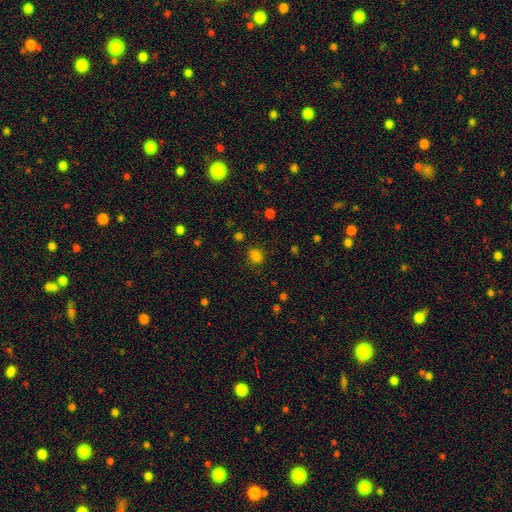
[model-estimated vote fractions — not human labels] Q: Smooth or featured?
A: smooth (80%); runner-up: star or artifact (16%)
Q: How rounded?
A: round (50%); runner-up: in between (49%)
Q: Merging?
A: none (83%); runner-up: minor disturbance (12%)